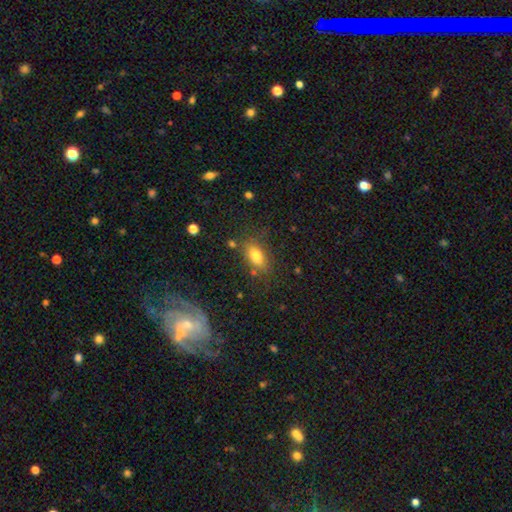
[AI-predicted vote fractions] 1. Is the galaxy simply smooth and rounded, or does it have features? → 78% smooth, 12% featured or disk, 10% star or artifact.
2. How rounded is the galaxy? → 86% in between, 8% round, 7% cigar-shaped.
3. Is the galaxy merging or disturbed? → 76% none, 14% minor disturbance, 5% major disturbance, 5% merger.